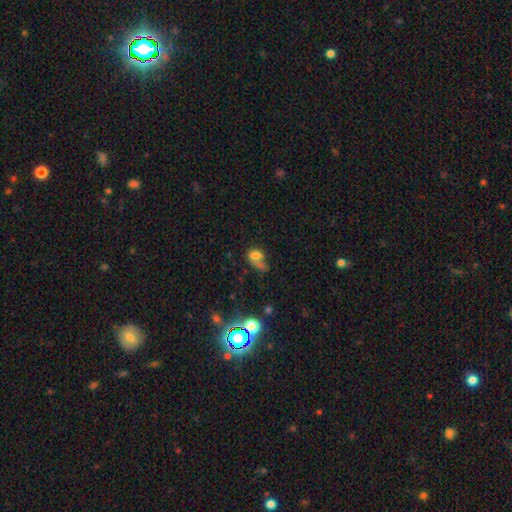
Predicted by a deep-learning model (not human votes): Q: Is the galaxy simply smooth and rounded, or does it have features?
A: smooth — 68%.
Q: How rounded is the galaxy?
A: in between — 66%.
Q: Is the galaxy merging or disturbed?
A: merger — 28%.